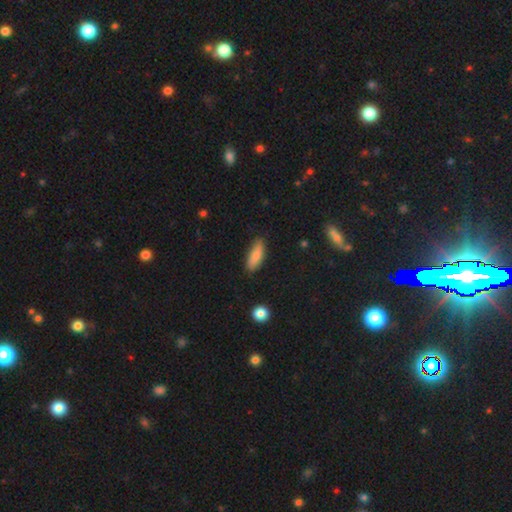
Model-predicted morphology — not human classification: Smooth or featured? Predicted: smooth (p=0.83). How rounded? Predicted: in between (p=0.67). Merging? Predicted: none (p=0.81).